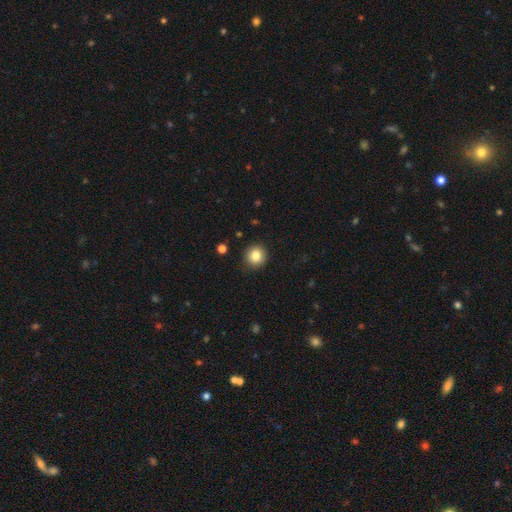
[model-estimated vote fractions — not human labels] Overall: smooth (84%). How rounded: round (91%). Merging: none (89%).